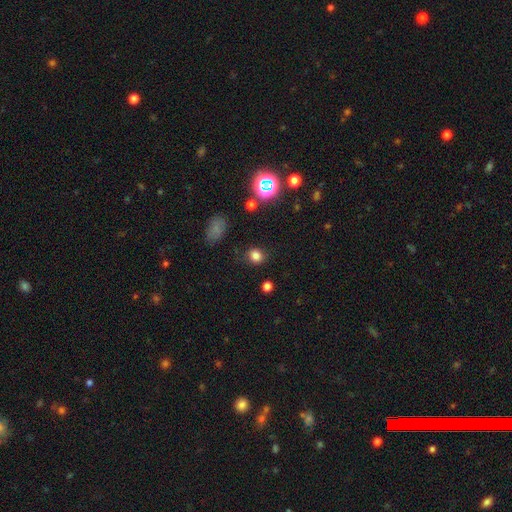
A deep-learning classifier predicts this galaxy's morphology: A smooth galaxy with no disk features (78%) that is round (77%). Merging: none (81%).